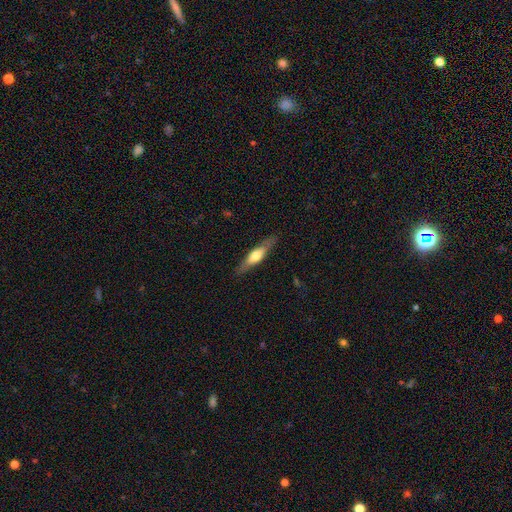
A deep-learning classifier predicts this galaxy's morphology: Smooth or featured? Predicted: featured or disk (p=0.49). Merging? Predicted: none (p=0.85).